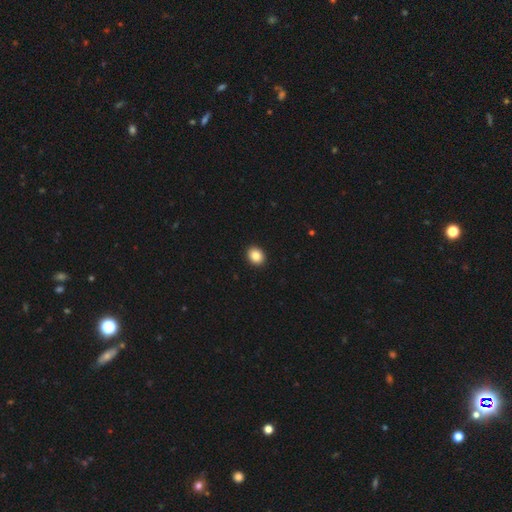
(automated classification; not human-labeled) smooth 86%, star or artifact 9%, featured or disk 5%. Down the decision tree: how rounded — round (56%); merging — none (93%).